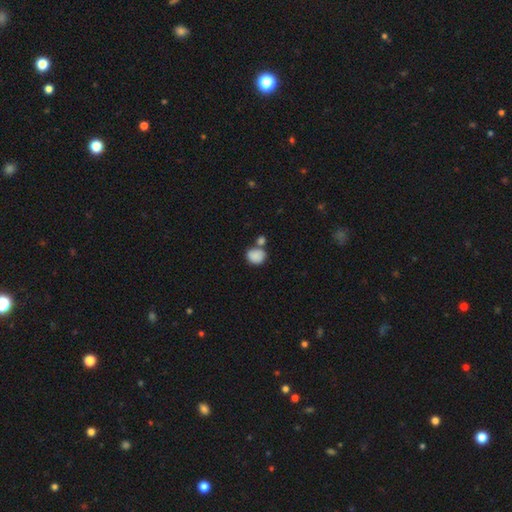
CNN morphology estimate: type=smooth (85%); roundness=round (61%); merging=none (44%).